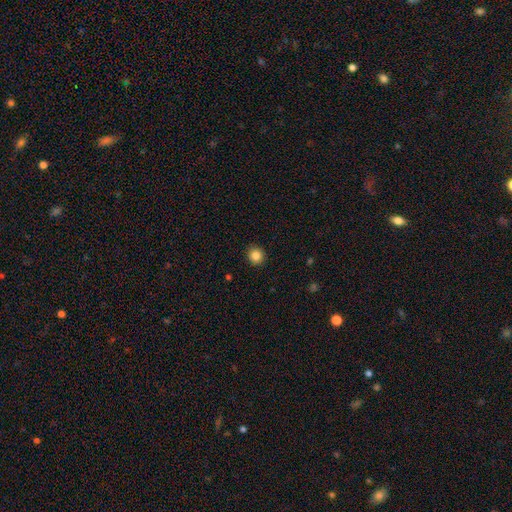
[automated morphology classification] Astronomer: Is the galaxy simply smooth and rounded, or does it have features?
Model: smooth — 85%.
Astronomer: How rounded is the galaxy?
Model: round — 90%.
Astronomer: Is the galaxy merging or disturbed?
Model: none — 92%.